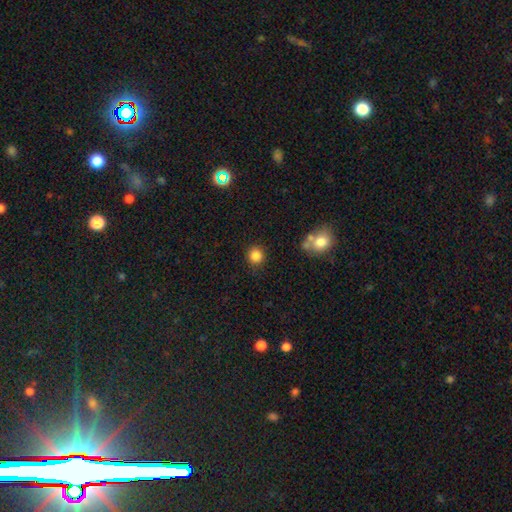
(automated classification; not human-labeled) This is clearly a smooth galaxy (84%). How rounded: clearly round (92%). Merging: clearly none (87%).